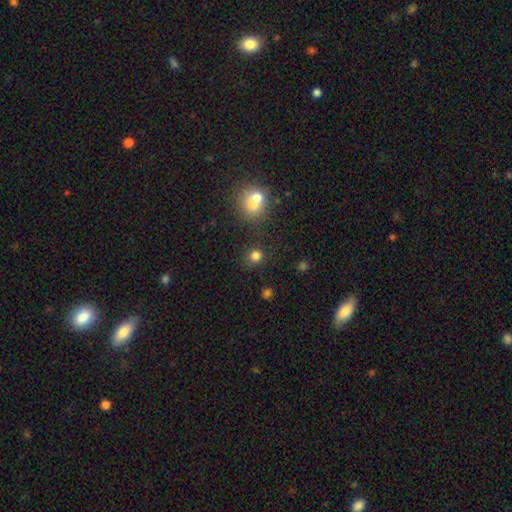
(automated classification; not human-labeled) Smooth or featured: smooth — 80% (star or artifact — 14%)
How rounded: round — 82% (in between — 16%)
Merging: none — 77% (merger — 10%)